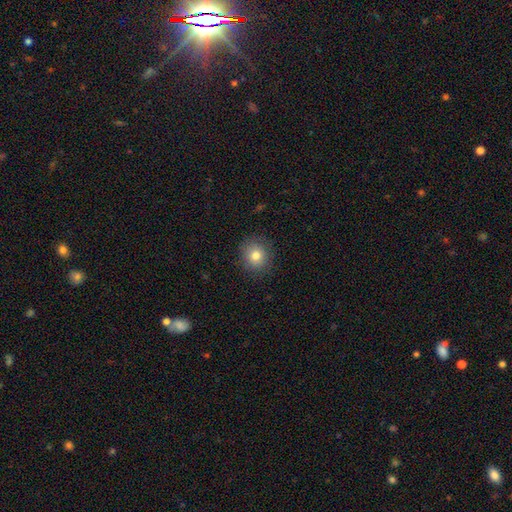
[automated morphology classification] A smooth galaxy with no disk features (79%) that is round (87%). Merging: none (87%).